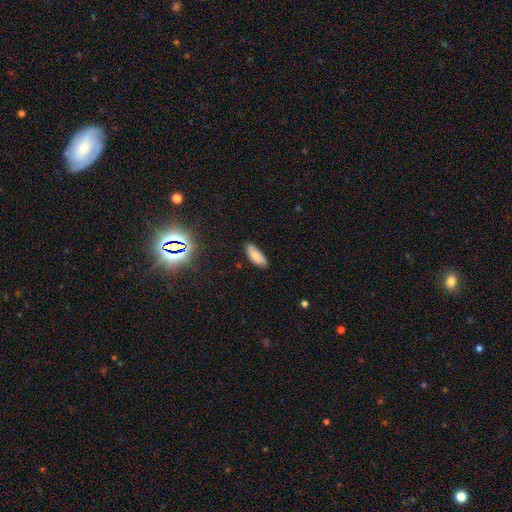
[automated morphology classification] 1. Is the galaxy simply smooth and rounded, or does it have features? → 79% smooth, 11% featured or disk, 10% star or artifact.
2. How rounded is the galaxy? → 79% in between, 19% cigar-shaped, 2% round.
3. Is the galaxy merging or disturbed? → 77% none, 18% minor disturbance, 3% major disturbance, 2% merger.